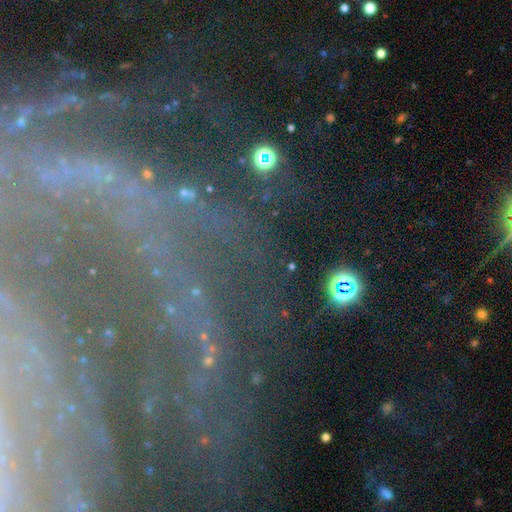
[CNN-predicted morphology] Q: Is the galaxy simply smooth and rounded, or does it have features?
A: featured or disk — 54%.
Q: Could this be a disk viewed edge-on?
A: no — 90%.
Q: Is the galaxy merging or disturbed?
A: none — 75%.